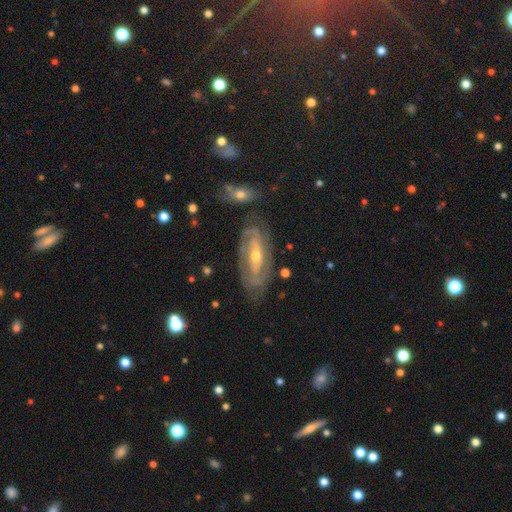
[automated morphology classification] featured or disk 84%, smooth 9%, star or artifact 6%. Down the decision tree: edge-on disk — no (89%); bar — no (39%); spiral arms — yes (90%); spiral arm count — 2 (46%); spiral winding — tight (65%); bulge size — moderate (50%); merging — none (75%).